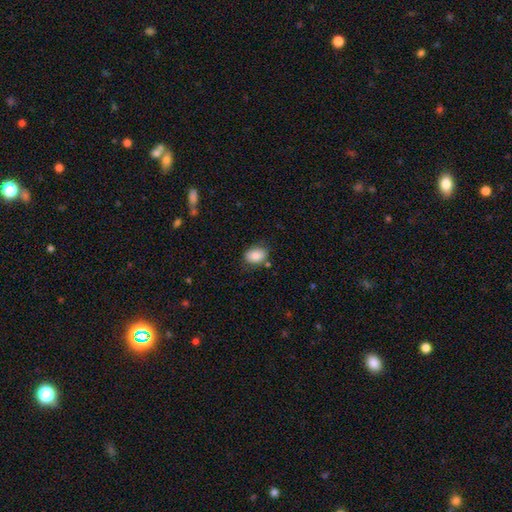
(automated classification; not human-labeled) Morphology: type=smooth (85%); roundness=in between (79%); merging=none (74%).